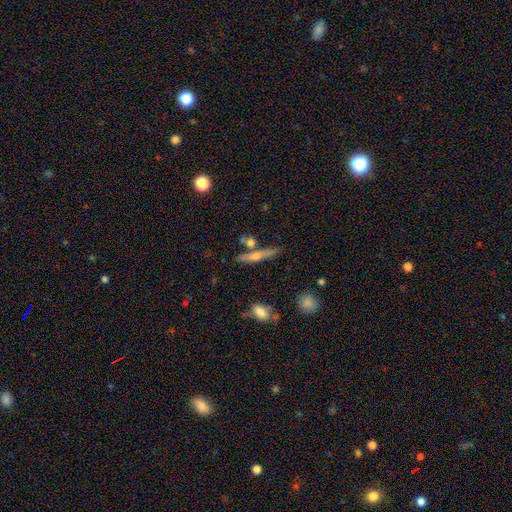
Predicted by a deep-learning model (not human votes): smooth_or_featured: featured or disk (p=0.57) [alt: smooth p=0.35]
disk_edge_on: yes (p=0.95) [alt: no p=0.05]
edge_on_bulge: rounded (p=0.81) [alt: none p=0.13]
merging: none (p=0.73) [alt: merger p=0.13]